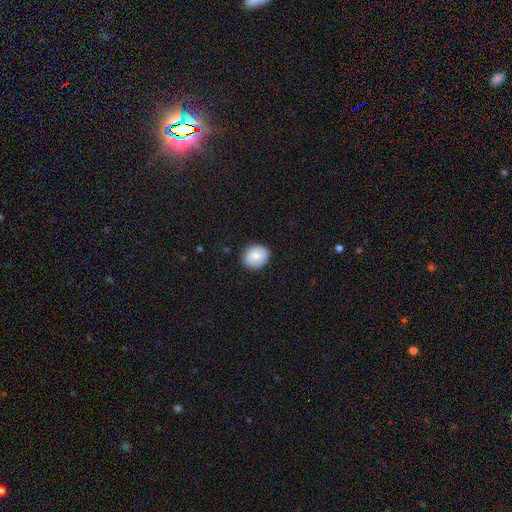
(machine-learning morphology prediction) smooth_or_featured: smooth (p=0.80) [alt: featured or disk p=0.13]
how_rounded: round (p=0.58) [alt: in between p=0.41]
merging: none (p=0.84) [alt: minor disturbance p=0.12]